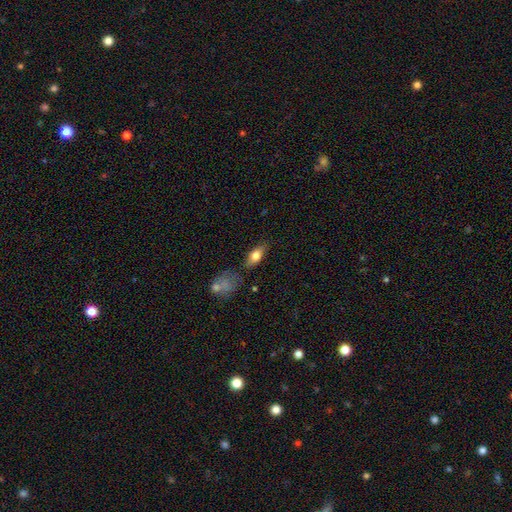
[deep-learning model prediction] smooth_or_featured: smooth (p=0.70) [alt: featured or disk p=0.23]
how_rounded: in between (p=0.77) [alt: cigar-shaped p=0.17]
merging: none (p=0.76) [alt: minor disturbance p=0.15]